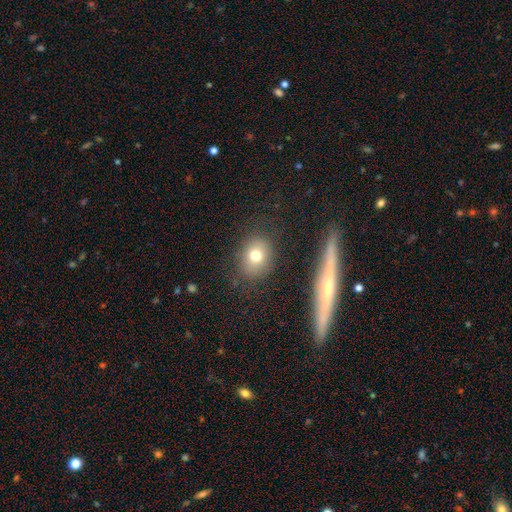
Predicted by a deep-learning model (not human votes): smooth_or_featured: smooth (p=0.74) [alt: featured or disk p=0.14]
how_rounded: round (p=0.56) [alt: in between p=0.43]
merging: none (p=0.81) [alt: minor disturbance p=0.12]